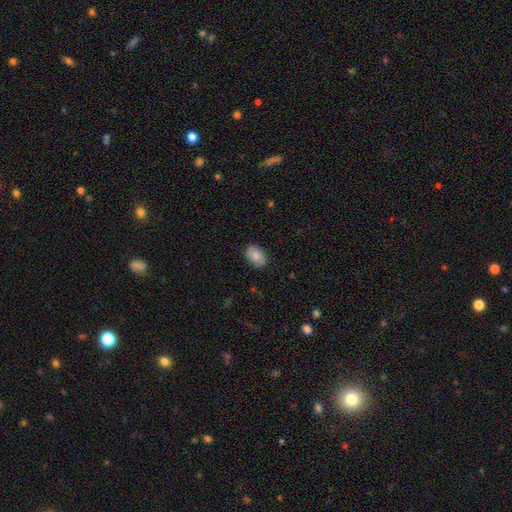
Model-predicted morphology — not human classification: smooth-or-featured: smooth: 72% | featured or disk: 20% | star or artifact: 8%
  how-rounded: in between: 85% | round: 14% | cigar-shaped: 1%
  merging: none: 84% | minor disturbance: 12% | major disturbance: 3% | merger: 1%